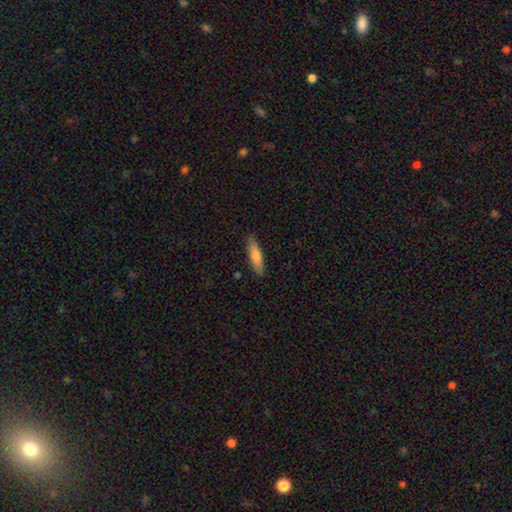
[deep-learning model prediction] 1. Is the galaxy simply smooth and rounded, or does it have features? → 76% smooth, 18% featured or disk, 6% star or artifact.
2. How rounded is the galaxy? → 76% cigar-shaped, 22% in between, 1% round.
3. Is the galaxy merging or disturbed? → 88% none, 9% minor disturbance, 2% major disturbance, 1% merger.